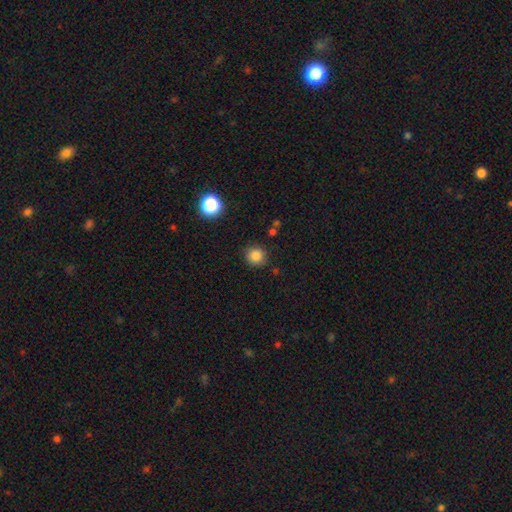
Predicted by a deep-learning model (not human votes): Smooth or featured? smooth (83%)
How rounded? round (92%)
Merging? none (88%)